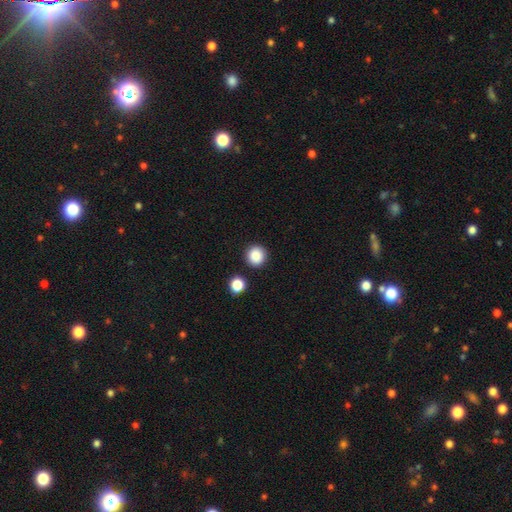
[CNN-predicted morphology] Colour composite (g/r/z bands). It shows a smooth galaxy with no disk features (87%) that is round (93%). Merging: none (89%).